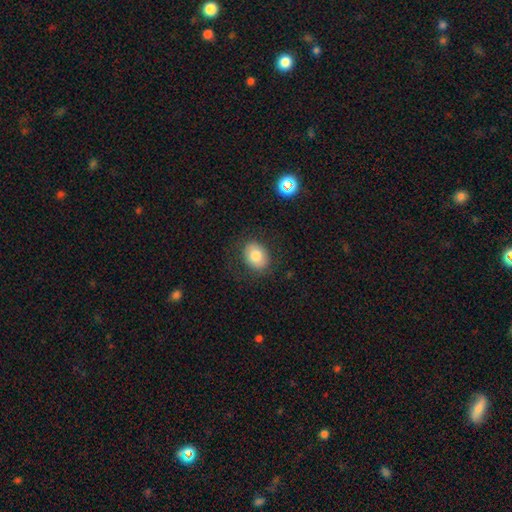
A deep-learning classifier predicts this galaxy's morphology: type=smooth (78%); roundness=in between (54%); merging=none (80%).